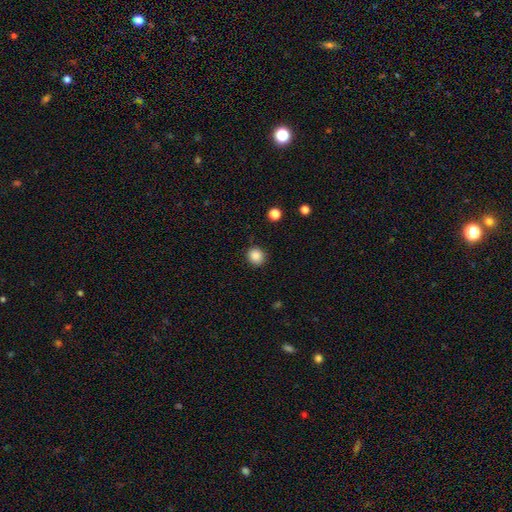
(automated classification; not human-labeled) A smooth galaxy with no disk features (87%) that is round (83%). Merging: none (88%).